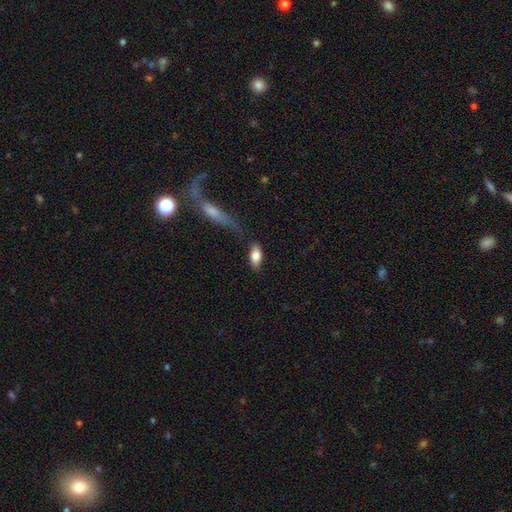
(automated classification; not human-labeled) Smooth or featured?
  - smooth: 79% *
  - featured or disk: 15%
  - star or artifact: 6%
How rounded?
  - in between: 86% *
  - cigar-shaped: 10%
  - round: 4%
Merging?
  - none: 75% *
  - minor disturbance: 15%
  - merger: 5%
  - major disturbance: 5%